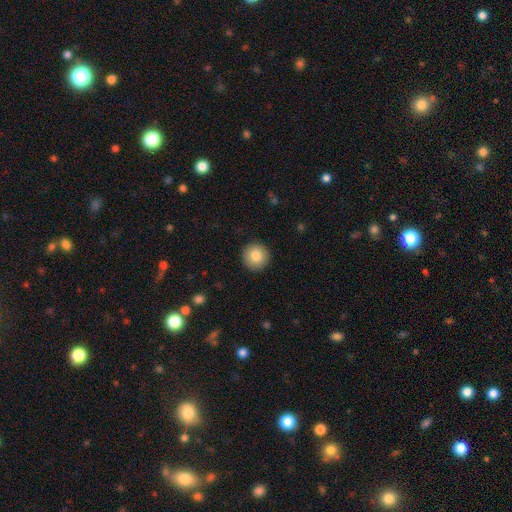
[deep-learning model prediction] Smooth or featured?
  - smooth: 83% *
  - featured or disk: 9%
  - star or artifact: 8%
How rounded?
  - round: 96% *
  - in between: 3%
  - cigar-shaped: 1%
Merging?
  - none: 92% *
  - minor disturbance: 5%
  - major disturbance: 2%
  - merger: 1%